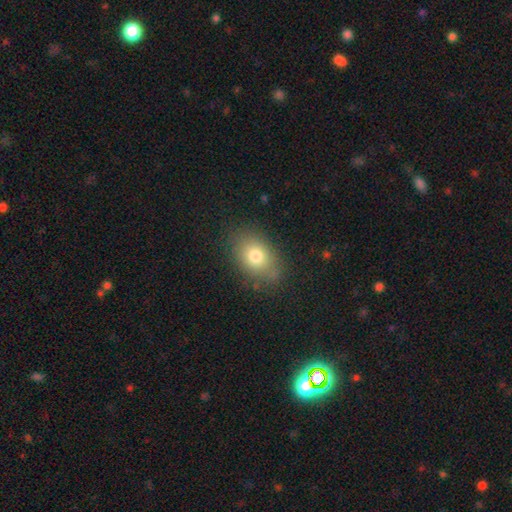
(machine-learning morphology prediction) type=smooth (77%); roundness=in between (77%); merging=none (81%).